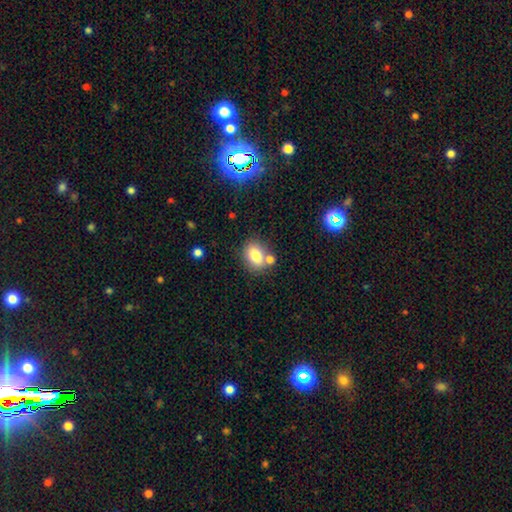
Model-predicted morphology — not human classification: type=smooth (78%); roundness=in between (67%); merging=none (62%).